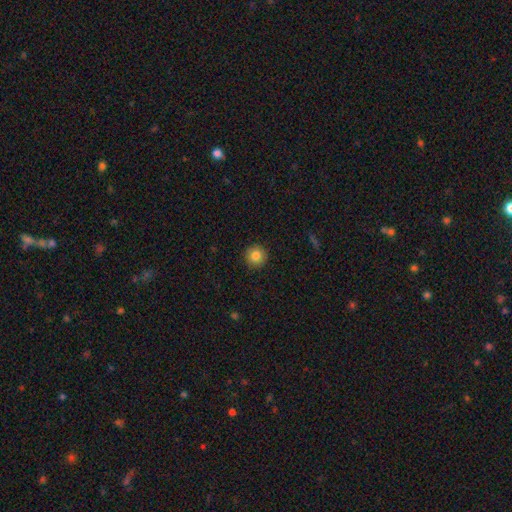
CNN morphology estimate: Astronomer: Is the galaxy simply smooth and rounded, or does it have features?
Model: smooth — 84%.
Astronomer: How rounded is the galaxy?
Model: round — 95%.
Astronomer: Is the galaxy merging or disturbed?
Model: none — 92%.